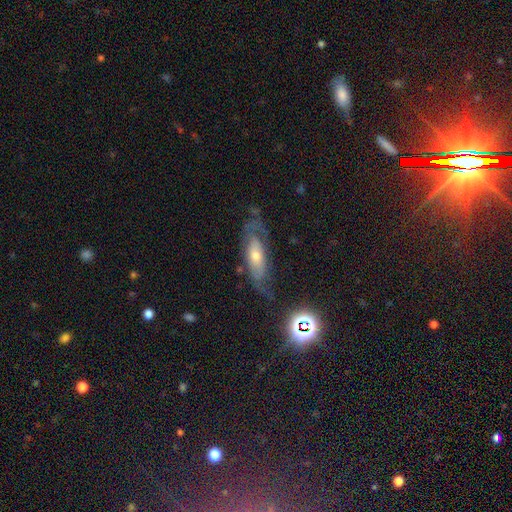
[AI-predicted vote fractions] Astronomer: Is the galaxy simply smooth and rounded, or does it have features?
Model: featured or disk — 61%.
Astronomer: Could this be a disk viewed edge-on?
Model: no — 74%.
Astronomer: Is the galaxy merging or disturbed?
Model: none — 57%.